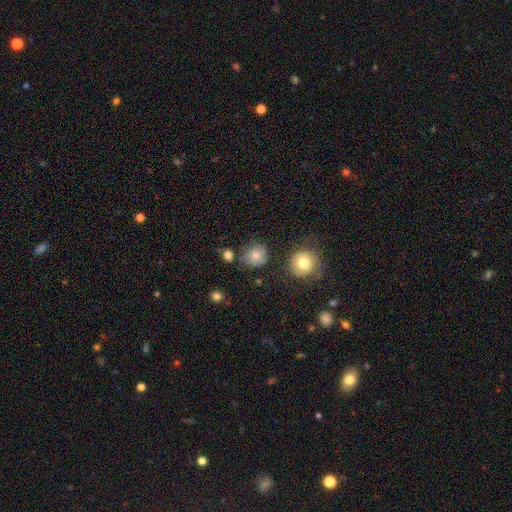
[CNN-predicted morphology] The model was most divided on "merging": none: 64%, minor disturbance: 23%, major disturbance: 8%, merger: 5%. More confident: how rounded — round (85%); smooth or featured — smooth (74%).